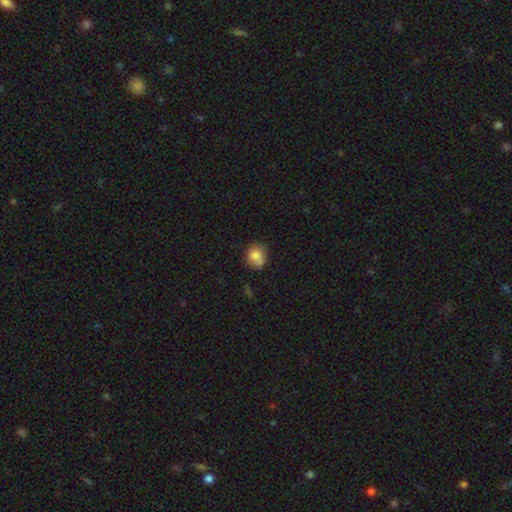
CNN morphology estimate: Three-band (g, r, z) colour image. It shows a smooth galaxy with no disk features (77%) that is round (74%). Merging: none (57%).